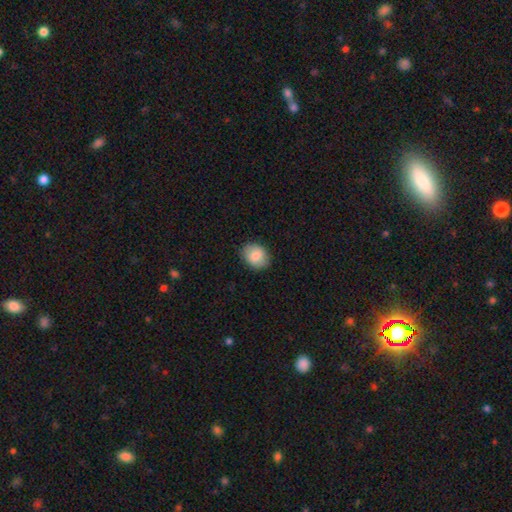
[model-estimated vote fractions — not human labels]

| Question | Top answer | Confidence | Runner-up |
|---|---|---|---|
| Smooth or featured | smooth | 82% | featured or disk (11%) |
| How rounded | in between | 56% | round (43%) |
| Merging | none | 86% | minor disturbance (11%) |